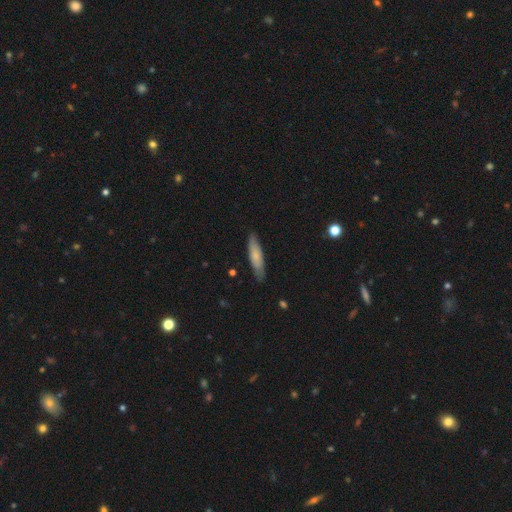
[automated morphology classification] The model was most divided on "smooth or featured": smooth: 69%, featured or disk: 25%, star or artifact: 5%. More confident: merging — none (82%); how rounded — cigar-shaped (74%).